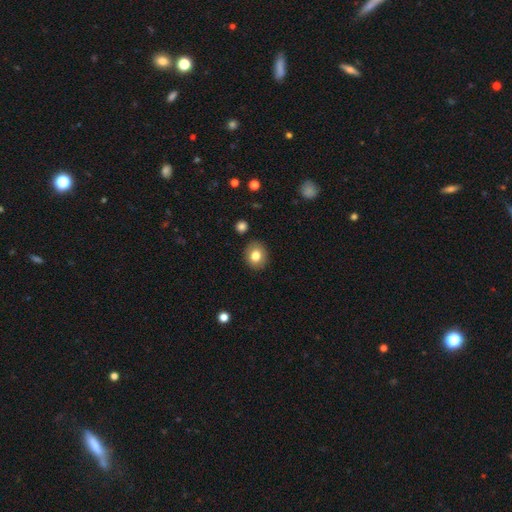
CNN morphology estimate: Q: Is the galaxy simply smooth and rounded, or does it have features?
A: smooth — 80%.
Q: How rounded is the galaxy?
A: round — 73%.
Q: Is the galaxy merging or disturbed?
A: none — 88%.